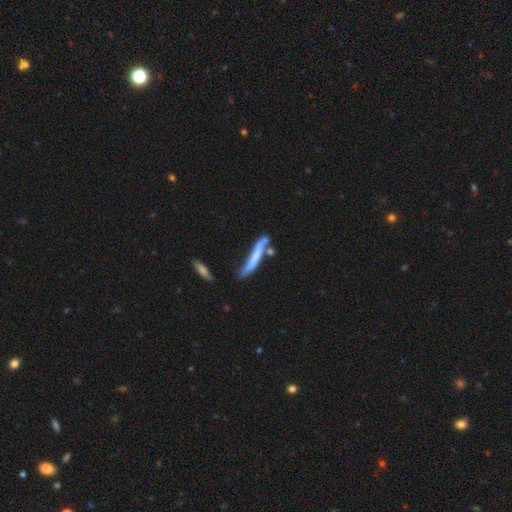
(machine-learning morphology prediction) This is possibly a smooth galaxy (57%). How rounded: clearly cigar-shaped (92%). Merging: marginally none (44%).